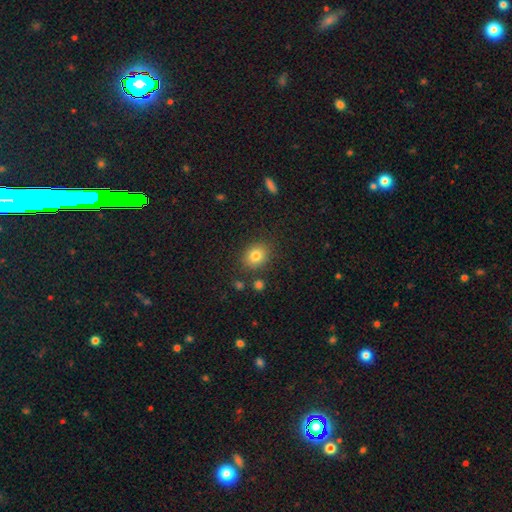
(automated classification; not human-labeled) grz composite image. It shows a smooth galaxy with no disk features (81%) that is round (62%). Merging: none (83%).